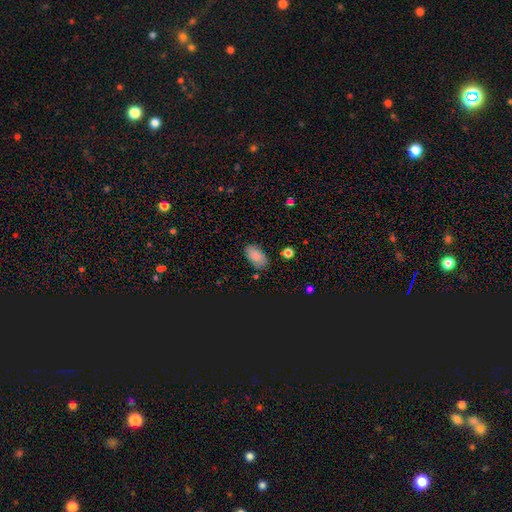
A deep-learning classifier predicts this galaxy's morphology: Smooth or featured? Predicted: smooth (p=0.83). How rounded? Predicted: in between (p=0.93). Merging? Predicted: none (p=0.81).